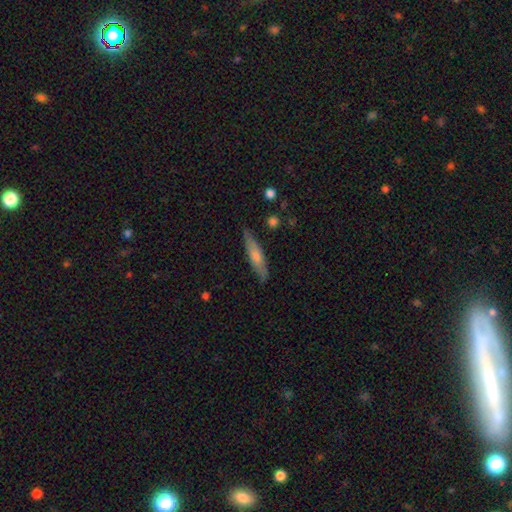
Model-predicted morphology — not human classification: The model was most divided on "smooth or featured": smooth: 53%, featured or disk: 41%, star or artifact: 6%. More confident: how rounded — cigar-shaped (85%); merging — none (85%).